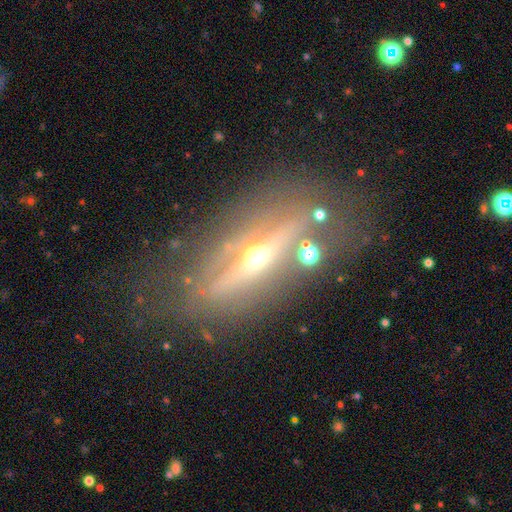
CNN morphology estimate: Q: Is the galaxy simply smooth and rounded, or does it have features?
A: featured or disk — 72%.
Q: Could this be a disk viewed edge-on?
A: yes — 76%.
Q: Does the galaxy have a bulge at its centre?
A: rounded — 93%.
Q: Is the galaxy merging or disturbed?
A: none — 68%.